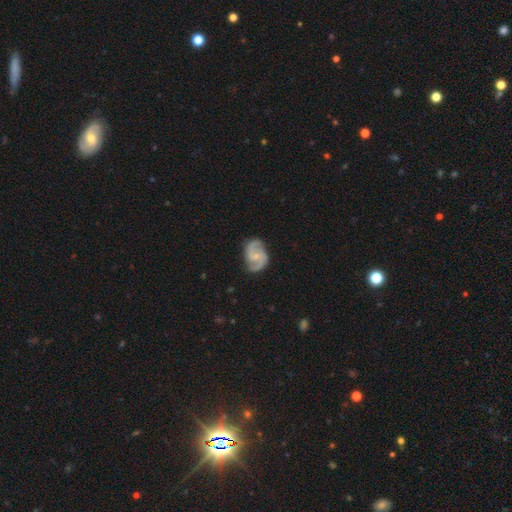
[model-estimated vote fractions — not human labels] Q: Smooth or featured?
A: featured or disk (88%); runner-up: smooth (7%)
Q: Edge-on disk?
A: no (98%); runner-up: yes (2%)
Q: Bar?
A: no (47%); runner-up: weak (44%)
Q: Spiral arms?
A: yes (98%); runner-up: no (2%)
Q: Spiral winding?
A: medium (58%); runner-up: loose (23%)
Q: Spiral arm count?
A: 2 (93%); runner-up: can't tell (2%)
Q: Bulge size?
A: small (58%); runner-up: moderate (21%)
Q: Merging?
A: none (80%); runner-up: minor disturbance (15%)